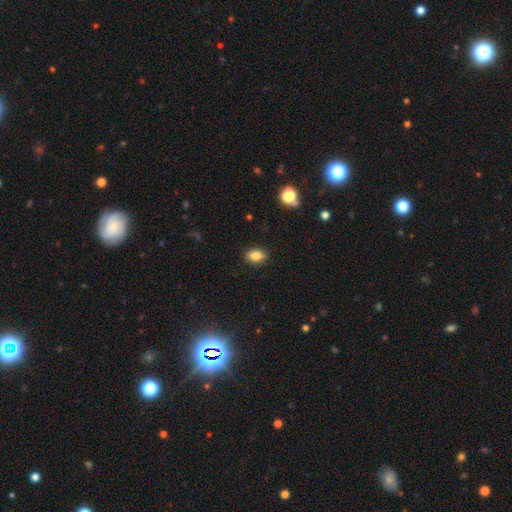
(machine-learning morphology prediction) Q: Smooth or featured?
A: smooth (85%); runner-up: star or artifact (10%)
Q: How rounded?
A: in between (79%); runner-up: round (20%)
Q: Merging?
A: none (88%); runner-up: minor disturbance (8%)